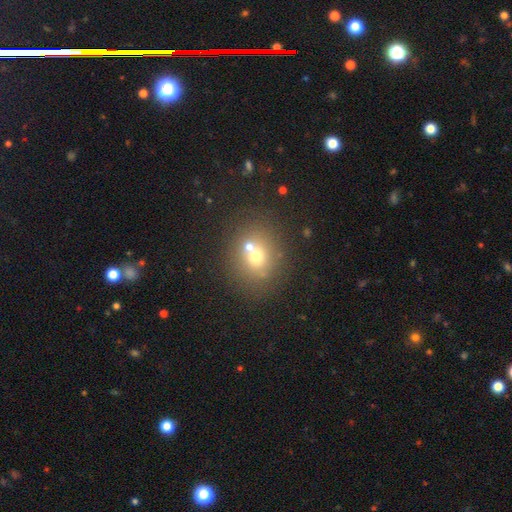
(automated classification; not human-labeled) A smooth galaxy with no disk features (65%) that is round (73%).

Vote fractions:
- Smooth or featured? smooth: 65% / featured or disk: 18% / star or artifact: 17%
- How rounded? round: 73% / in between: 26% / cigar-shaped: 1%
- Merging? none: 58% / merger: 29% / minor disturbance: 9% / major disturbance: 4%